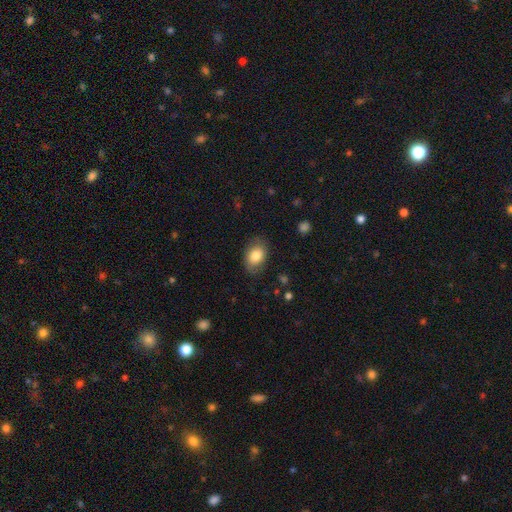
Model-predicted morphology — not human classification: type=smooth (81%); roundness=in between (81%); merging=none (80%).